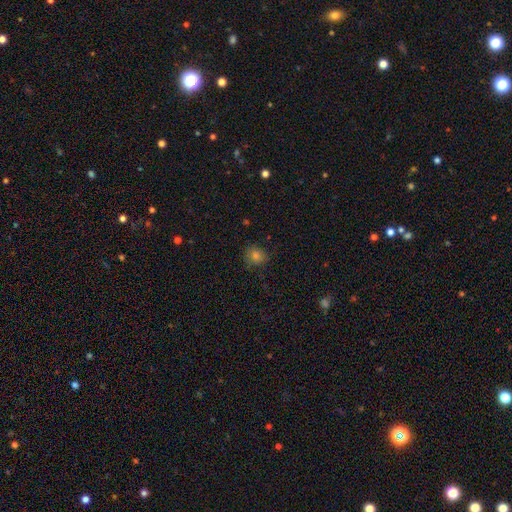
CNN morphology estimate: Smooth or featured? smooth (77%)
How rounded? round (82%)
Merging? none (81%)